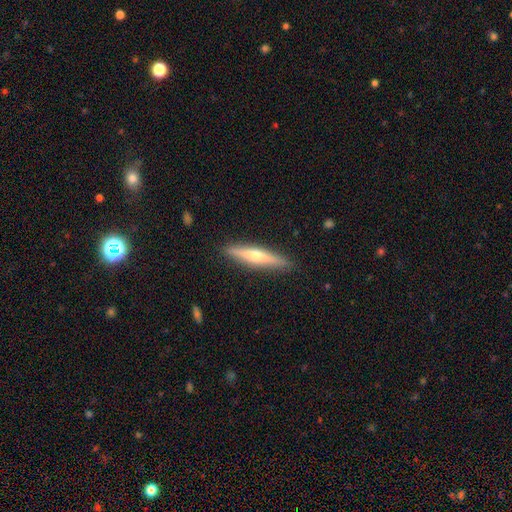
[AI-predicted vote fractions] Smooth or featured? Predicted: featured or disk (p=0.54). Edge-on disk? Predicted: yes (p=0.94). Edge-on bulge? Predicted: rounded (p=0.86). Merging? Predicted: none (p=0.90).